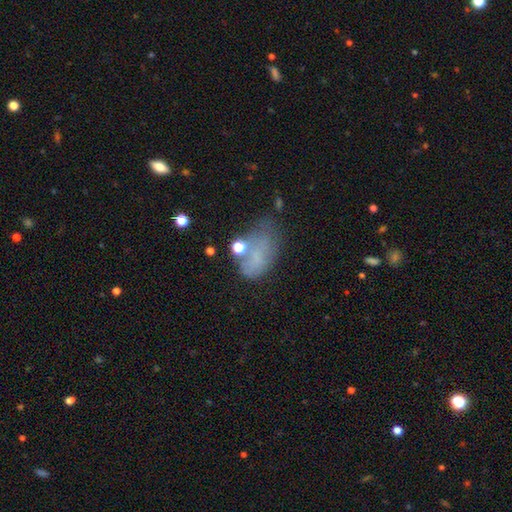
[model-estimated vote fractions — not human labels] A smooth galaxy with no disk features (56%) that is in between round and cigar-shaped (88%).

Vote fractions:
- Smooth or featured? smooth: 56% / featured or disk: 25% / star or artifact: 19%
- How rounded? in between: 88% / round: 9% / cigar-shaped: 3%
- Merging? none: 37% / minor disturbance: 29% / major disturbance: 24% / merger: 10%